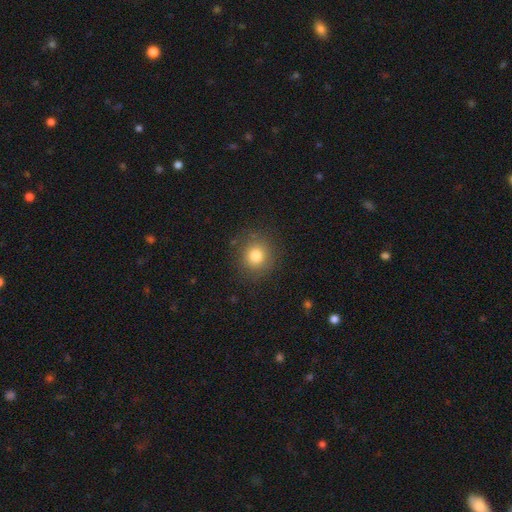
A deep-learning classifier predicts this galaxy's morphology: Q: Smooth or featured?
A: smooth (79%); runner-up: star or artifact (12%)
Q: How rounded?
A: round (88%); runner-up: in between (11%)
Q: Merging?
A: none (86%); runner-up: minor disturbance (9%)